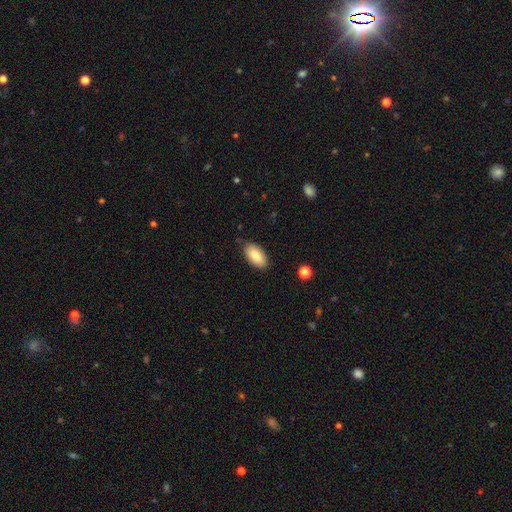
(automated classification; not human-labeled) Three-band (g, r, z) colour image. It shows a smooth galaxy with no disk features (84%) that is in between round and cigar-shaped (94%). Merging: none (85%).